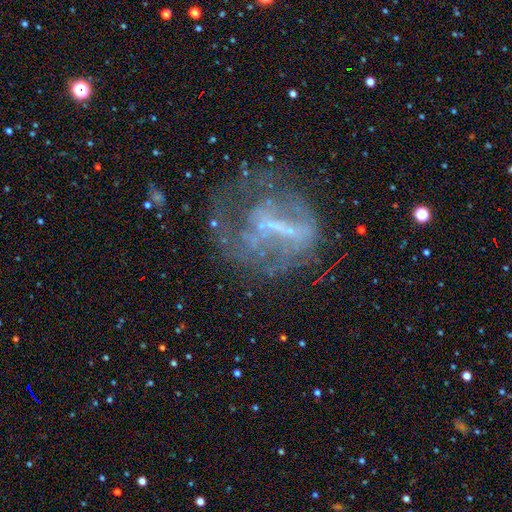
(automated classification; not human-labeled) Smooth or featured? Predicted: featured or disk (p=0.64). Edge-on disk? Predicted: no (p=0.94). Bar? Predicted: strong (p=0.42). Spiral arms? Predicted: no (p=0.61). Bulge size? Predicted: none (p=0.46). Merging? Predicted: none (p=0.44).